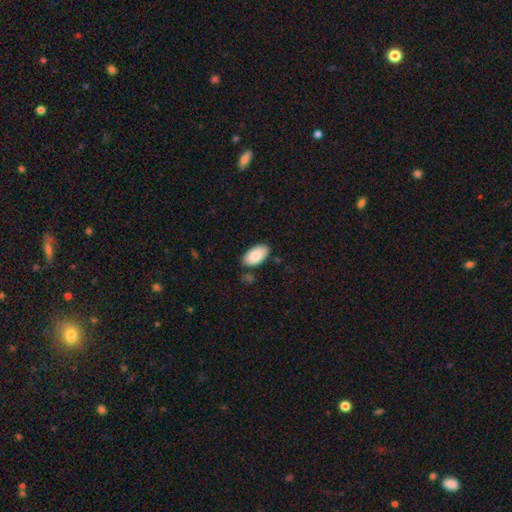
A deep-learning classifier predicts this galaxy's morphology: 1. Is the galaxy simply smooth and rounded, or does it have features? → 88% smooth, 6% featured or disk, 6% star or artifact.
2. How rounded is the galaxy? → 96% in between, 2% round, 2% cigar-shaped.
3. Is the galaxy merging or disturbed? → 79% none, 14% minor disturbance, 3% merger, 3% major disturbance.